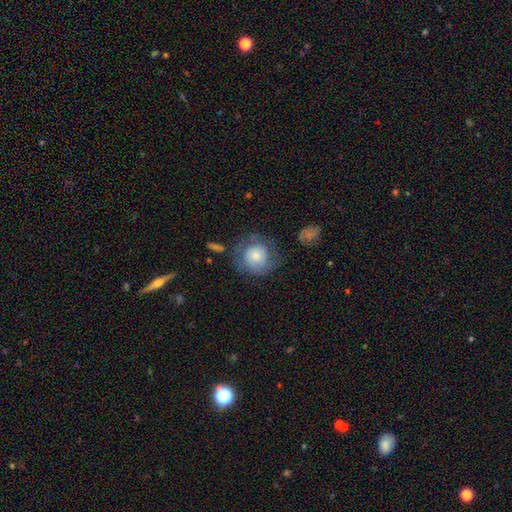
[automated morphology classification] A smooth galaxy with no disk features (67%) that is round (89%).

Vote fractions:
- Smooth or featured? smooth: 67% / featured or disk: 26% / star or artifact: 7%
- How rounded? round: 89% / in between: 10% / cigar-shaped: 1%
- Merging? none: 60% / minor disturbance: 22% / major disturbance: 15% / merger: 4%